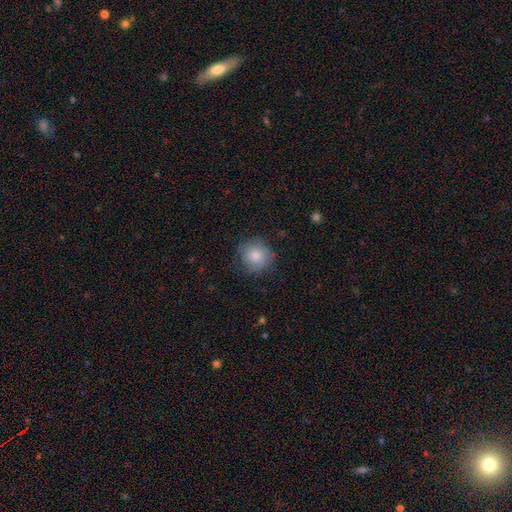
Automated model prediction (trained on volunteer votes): Smooth or featured: smooth — 77% (featured or disk — 16%)
How rounded: round — 89% (in between — 10%)
Merging: none — 73% (minor disturbance — 20%)